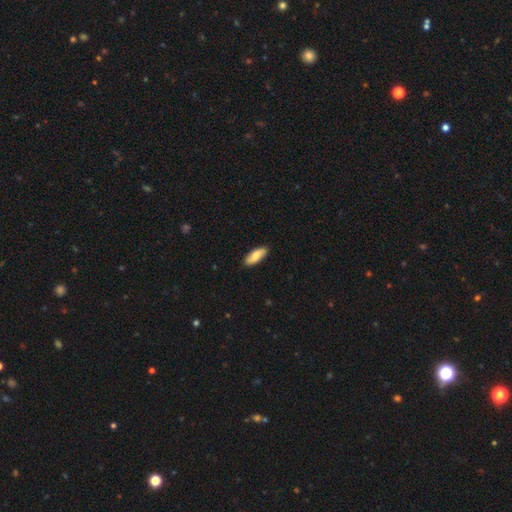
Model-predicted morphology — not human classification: Smooth or featured?
  - smooth: 75% *
  - featured or disk: 20%
  - star or artifact: 6%
How rounded?
  - in between: 71% *
  - cigar-shaped: 27%
  - round: 2%
Merging?
  - none: 87% *
  - minor disturbance: 10%
  - major disturbance: 2%
  - merger: 1%